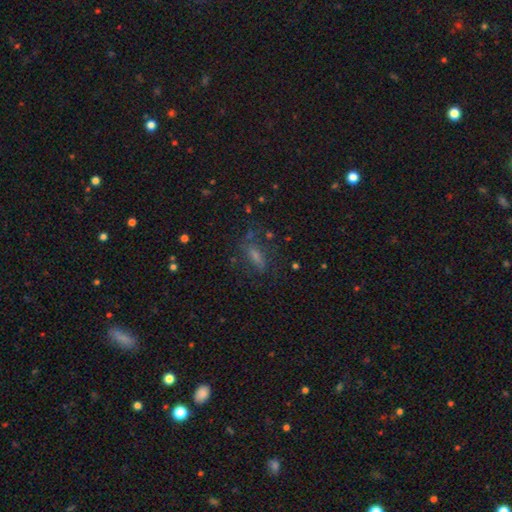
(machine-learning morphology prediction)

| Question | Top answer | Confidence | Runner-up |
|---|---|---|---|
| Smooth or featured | smooth | 52% | featured or disk (30%) |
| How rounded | in between | 61% | cigar-shaped (33%) |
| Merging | none | 59% | minor disturbance (21%) |